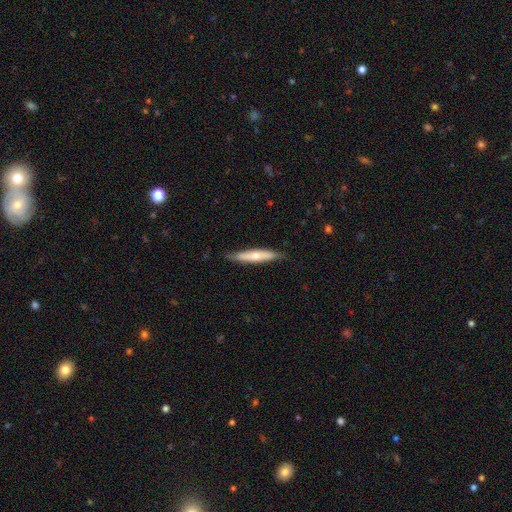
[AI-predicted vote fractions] smooth-or-featured: smooth: 57% | featured or disk: 38% | star or artifact: 5%
  how-rounded: cigar-shaped: 89% | in between: 9% | round: 1%
  merging: none: 83% | minor disturbance: 14% | major disturbance: 2% | merger: 1%